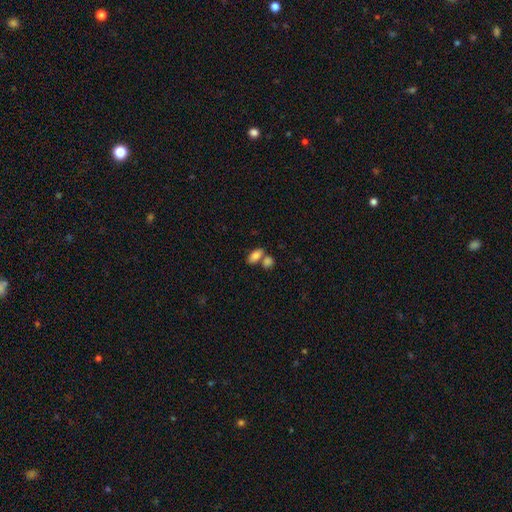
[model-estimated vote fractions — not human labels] Q: Smooth or featured?
A: smooth (83%); runner-up: featured or disk (9%)
Q: How rounded?
A: in between (89%); runner-up: round (6%)
Q: Merging?
A: none (50%); runner-up: merger (36%)